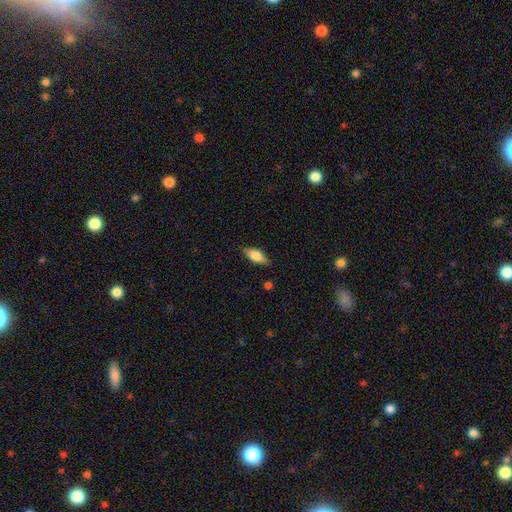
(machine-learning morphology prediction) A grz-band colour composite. It shows a smooth galaxy with no disk features (71%) that is in between round and cigar-shaped (77%). Merging: none (83%).